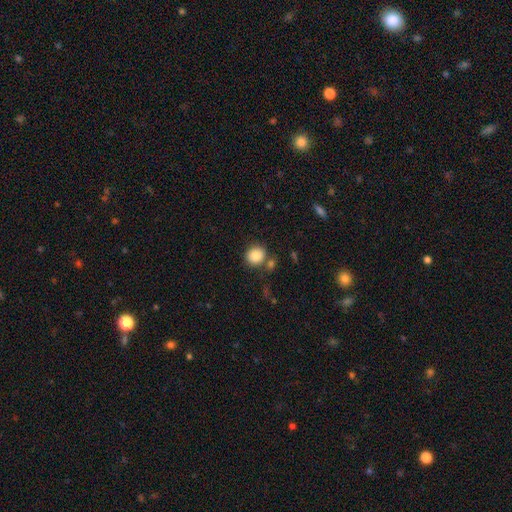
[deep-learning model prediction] Q: Smooth or featured?
A: smooth (85%); runner-up: star or artifact (9%)
Q: How rounded?
A: round (83%); runner-up: in between (16%)
Q: Merging?
A: none (73%); runner-up: merger (12%)